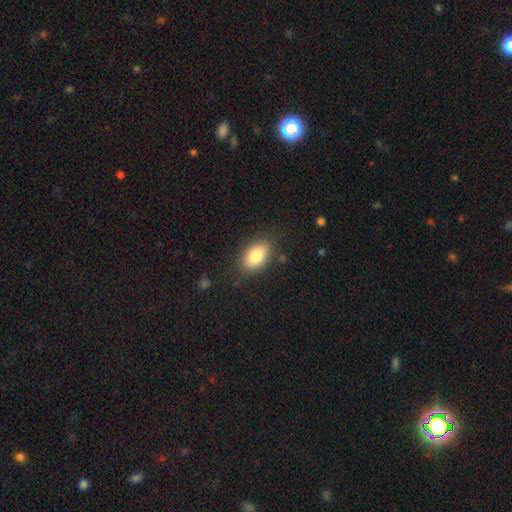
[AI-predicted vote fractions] smooth 80%, featured or disk 12%, star or artifact 8%. Down the decision tree: how rounded — in between (86%); merging — none (81%).